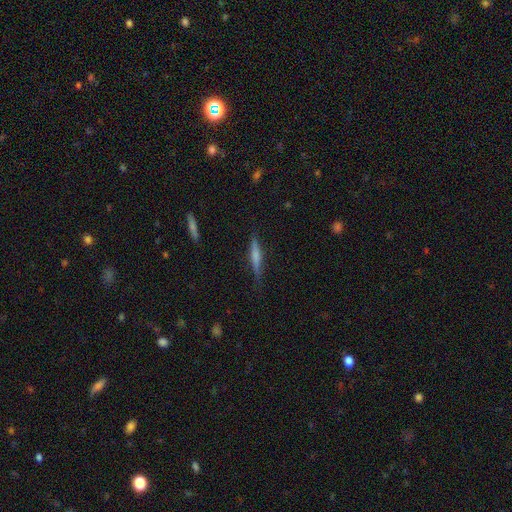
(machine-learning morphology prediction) Overall: smooth (48%; featured or disk 45%). Merging: none (83%).